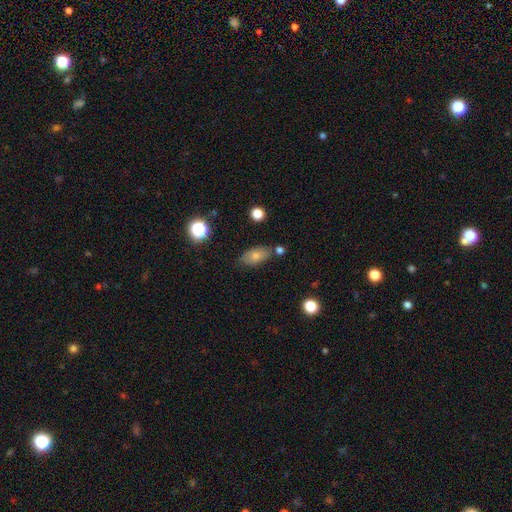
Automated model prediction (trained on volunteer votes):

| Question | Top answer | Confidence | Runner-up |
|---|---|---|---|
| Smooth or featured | smooth | 74% | featured or disk (16%) |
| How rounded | in between | 87% | round (7%) |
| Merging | none | 71% | minor disturbance (17%) |